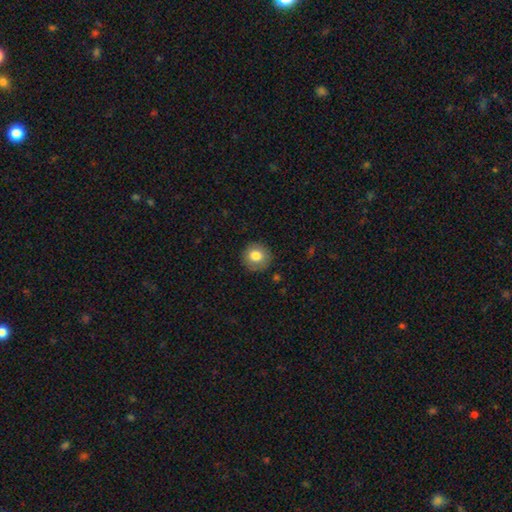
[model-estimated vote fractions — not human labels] Smooth or featured?
  - smooth: 81% *
  - featured or disk: 10%
  - star or artifact: 9%
How rounded?
  - round: 93% *
  - in between: 6%
  - cigar-shaped: 1%
Merging?
  - none: 88% *
  - minor disturbance: 9%
  - major disturbance: 2%
  - merger: 1%